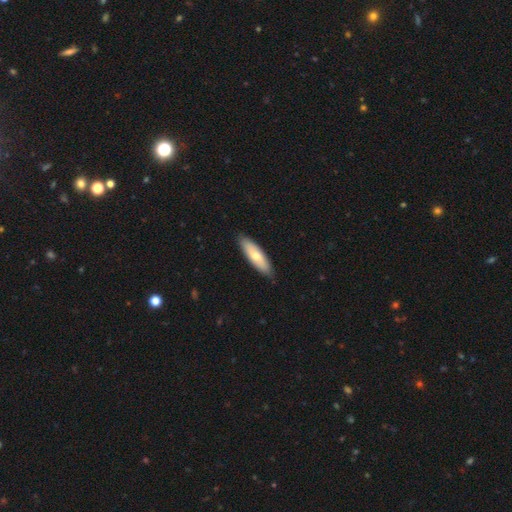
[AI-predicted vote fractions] smooth-or-featured: smooth: 64% | featured or disk: 31% | star or artifact: 5%
  how-rounded: cigar-shaped: 51% | in between: 47% | round: 2%
  merging: none: 87% | minor disturbance: 11% | major disturbance: 2% | merger: 1%